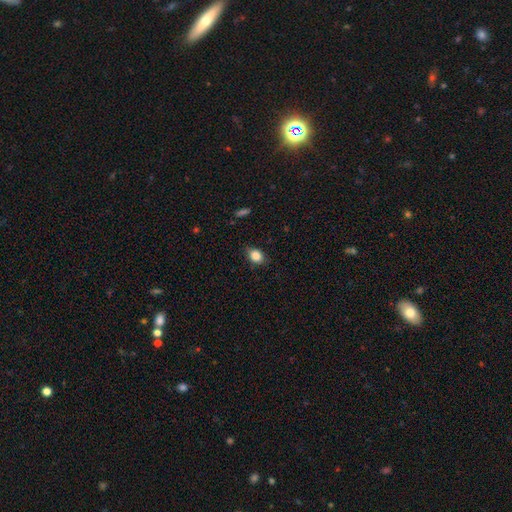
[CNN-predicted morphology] Smooth or featured? Predicted: smooth (p=0.85). How rounded? Predicted: in between (p=0.65). Merging? Predicted: none (p=0.80).